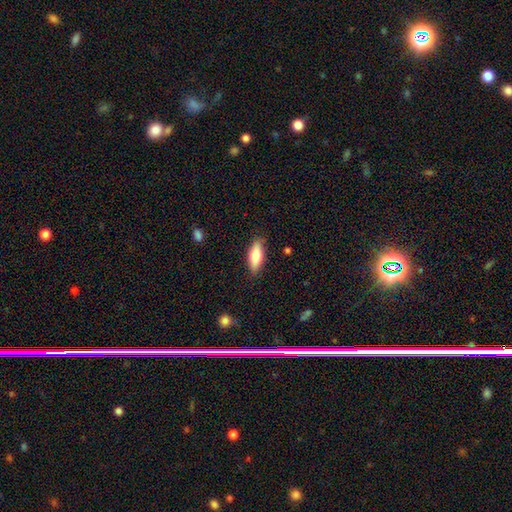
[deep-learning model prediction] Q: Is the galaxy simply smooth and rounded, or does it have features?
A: smooth — 75%.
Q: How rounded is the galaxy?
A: in between — 69%.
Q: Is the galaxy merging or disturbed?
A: none — 85%.